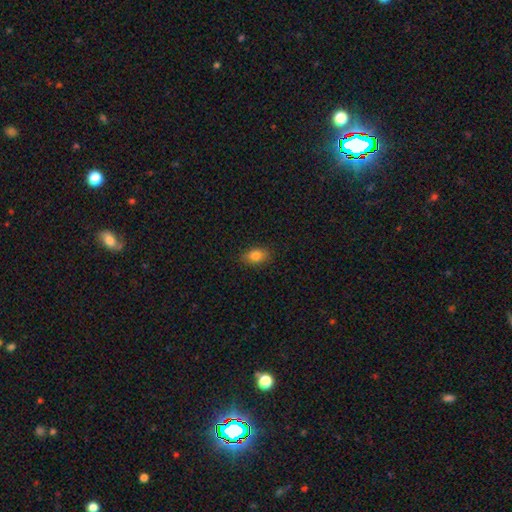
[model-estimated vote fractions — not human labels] Overall: smooth (82%). How rounded: in between (82%). Merging: none (85%).